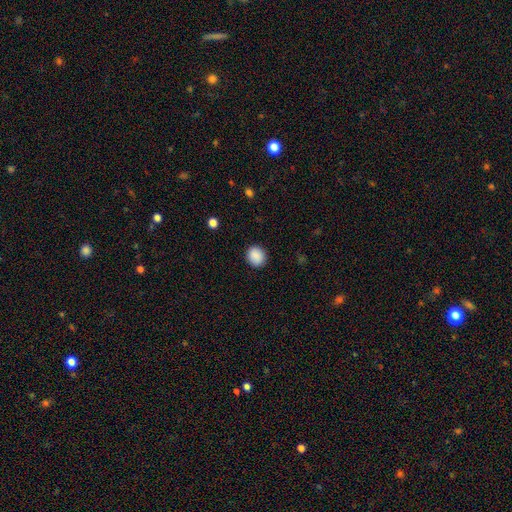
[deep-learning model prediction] smooth-or-featured: smooth: 89% | star or artifact: 8% | featured or disk: 3%
  how-rounded: round: 77% | in between: 22% | cigar-shaped: 1%
  merging: none: 89% | minor disturbance: 7% | major disturbance: 2% | merger: 1%